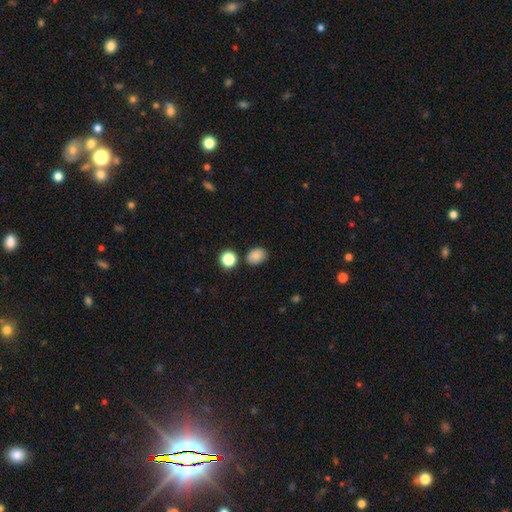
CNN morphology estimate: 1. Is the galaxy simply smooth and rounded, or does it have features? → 85% smooth, 10% star or artifact, 4% featured or disk.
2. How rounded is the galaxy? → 65% in between, 34% round, 1% cigar-shaped.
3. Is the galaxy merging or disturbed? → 79% none, 13% minor disturbance, 5% merger, 3% major disturbance.